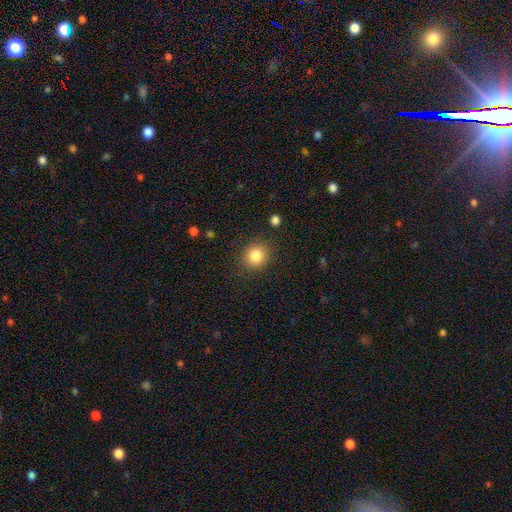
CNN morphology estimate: Smooth or featured? Predicted: smooth (p=0.84). How rounded? Predicted: round (p=0.80). Merging? Predicted: none (p=0.87).